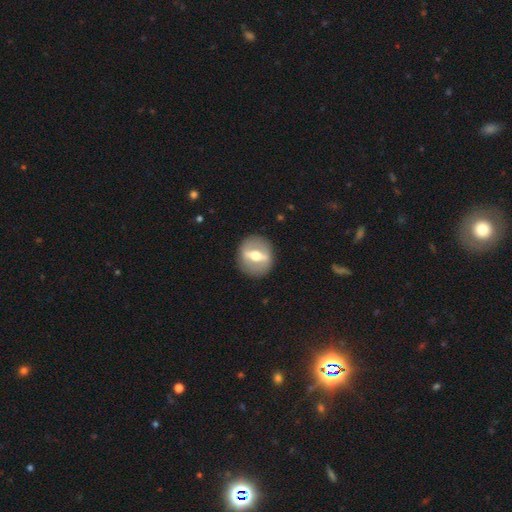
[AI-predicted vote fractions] Q: Smooth or featured?
A: featured or disk (72%); runner-up: smooth (22%)
Q: Edge-on disk?
A: no (70%); runner-up: yes (30%)
Q: Bar?
A: strong (75%); runner-up: weak (18%)
Q: Spiral arms?
A: no (87%); runner-up: yes (13%)
Q: Bulge size?
A: moderate (71%); runner-up: large (20%)
Q: Merging?
A: none (88%); runner-up: minor disturbance (7%)